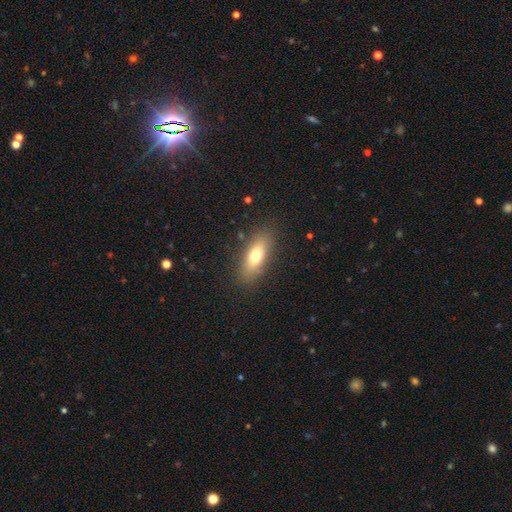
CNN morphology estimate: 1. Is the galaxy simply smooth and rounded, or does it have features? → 70% smooth, 22% featured or disk, 8% star or artifact.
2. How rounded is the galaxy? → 67% in between, 29% cigar-shaped, 4% round.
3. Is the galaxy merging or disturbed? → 85% none, 10% minor disturbance, 3% major disturbance, 1% merger.